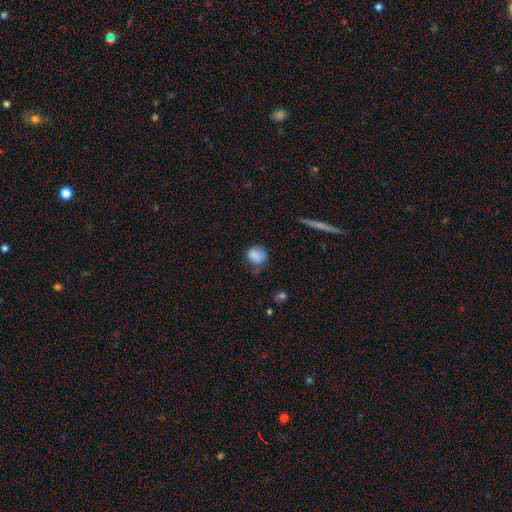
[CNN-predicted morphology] Overall: smooth (82%). How rounded: round (73%). Merging: none (59%; minor disturbance 29%).